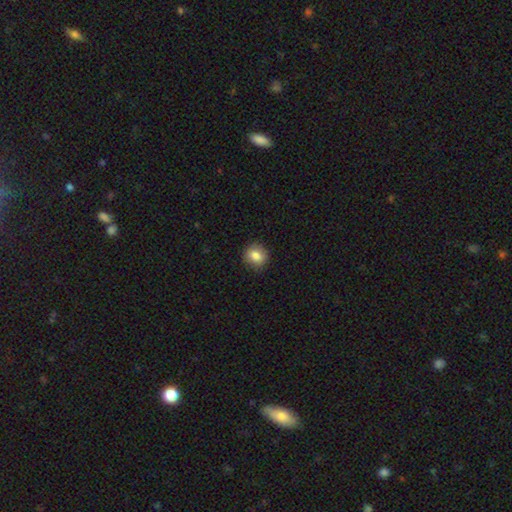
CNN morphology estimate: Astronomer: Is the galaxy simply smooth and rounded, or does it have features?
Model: smooth — 84%.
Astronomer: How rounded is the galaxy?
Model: round — 81%.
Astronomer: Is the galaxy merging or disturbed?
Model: none — 87%.